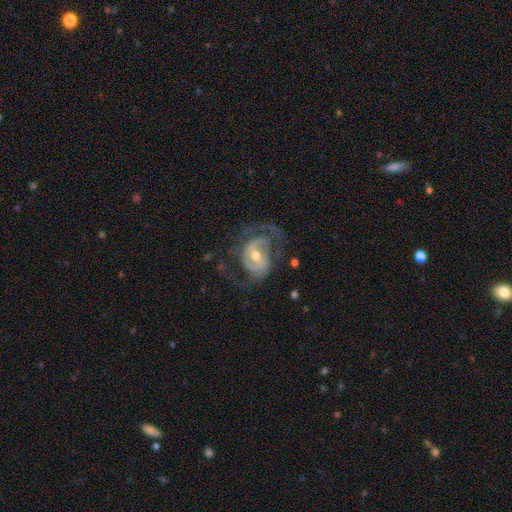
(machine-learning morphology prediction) Smooth or featured?
  - featured or disk: 85% *
  - smooth: 10%
  - star or artifact: 5%
Edge-on disk?
  - no: 97% *
  - yes: 3%
Bar?
  - weak: 43% *
  - strong: 33%
  - no: 24%
Spiral arms?
  - yes: 86% *
  - no: 14%
Spiral winding?
  - medium: 44% *
  - tight: 31%
  - loose: 25%
Spiral arm count?
  - 2: 64% *
  - can't tell: 14%
  - 1: 13%
  - 3: 6%
  - 4: 2%
  - more than 4: 2%
Bulge size?
  - moderate: 69% *
  - small: 25%
  - large: 4%
  - none: 1%
  - dominant: 1%
Merging?
  - none: 54% *
  - major disturbance: 26%
  - minor disturbance: 18%
  - merger: 2%